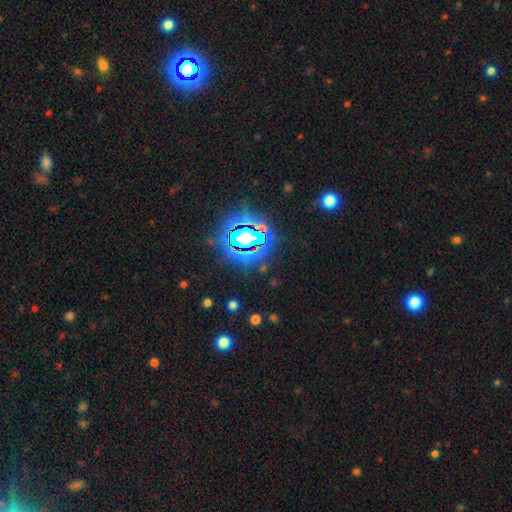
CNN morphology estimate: Smooth or featured? star or artifact (84%)